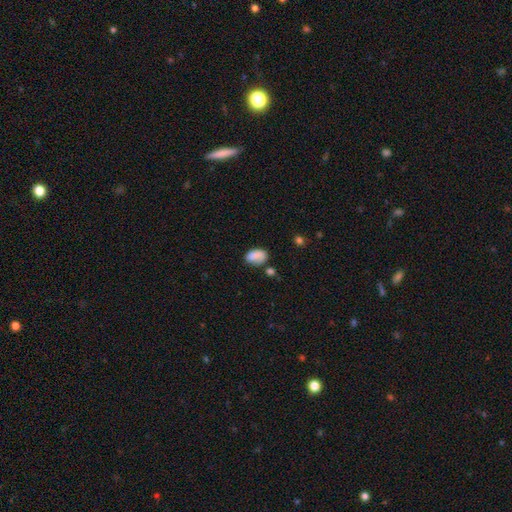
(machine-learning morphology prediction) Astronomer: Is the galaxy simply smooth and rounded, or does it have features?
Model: smooth — 80%.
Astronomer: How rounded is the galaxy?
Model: in between — 85%.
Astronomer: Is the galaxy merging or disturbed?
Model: none — 56%.